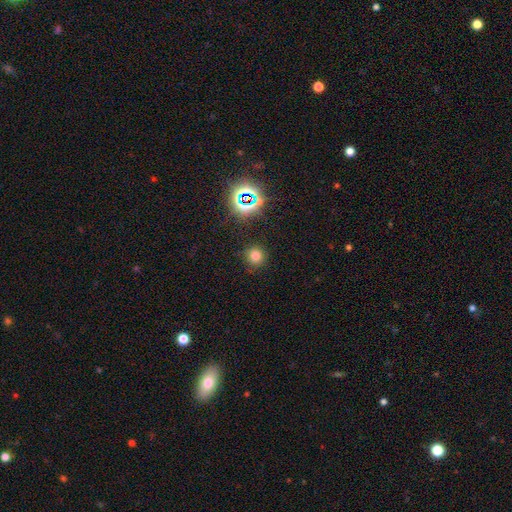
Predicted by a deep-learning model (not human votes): smooth-or-featured: smooth: 71% | star or artifact: 23% | featured or disk: 7%
  how-rounded: round: 92% | in between: 7% | cigar-shaped: 1%
  merging: none: 87% | minor disturbance: 8% | major disturbance: 3% | merger: 2%